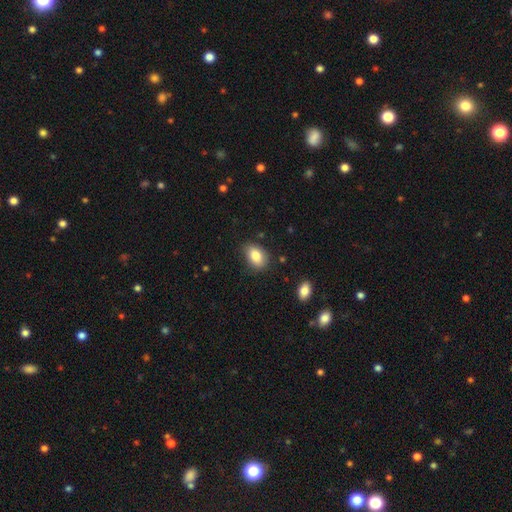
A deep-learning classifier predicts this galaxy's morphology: Smooth or featured?
  - smooth: 84% *
  - featured or disk: 8%
  - star or artifact: 8%
How rounded?
  - in between: 81% *
  - round: 18%
  - cigar-shaped: 1%
Merging?
  - none: 80% *
  - minor disturbance: 15%
  - major disturbance: 3%
  - merger: 2%